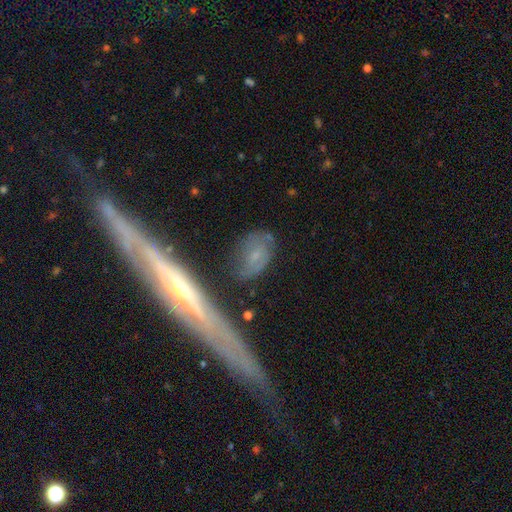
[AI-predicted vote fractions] A featured or disk galaxy (46%).

Vote fractions:
- Smooth or featured? featured or disk: 46% / smooth: 45% / star or artifact: 10%
- Merging? none: 68% / minor disturbance: 20% / major disturbance: 8% / merger: 4%